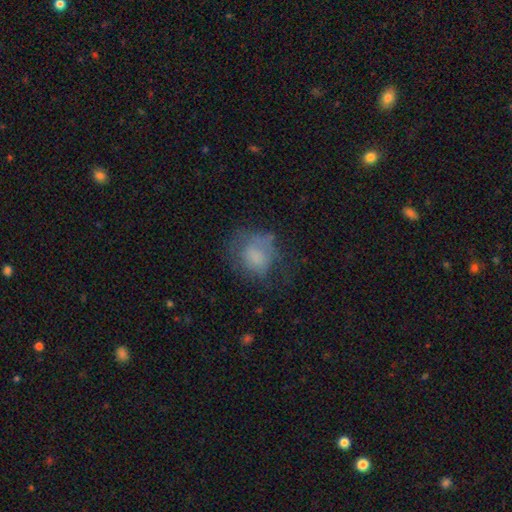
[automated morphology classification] Smooth or featured: smooth — 64% (featured or disk — 24%)
How rounded: round — 63% (in between — 36%)
Merging: none — 49% (minor disturbance — 25%)